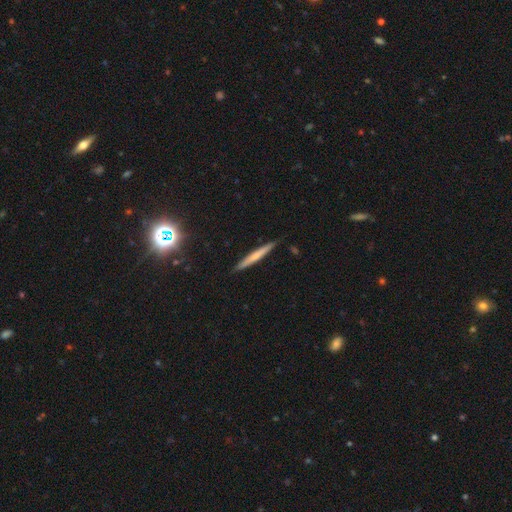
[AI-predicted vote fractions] smooth_or_featured: smooth (p=0.52) [alt: featured or disk p=0.41]
how_rounded: cigar-shaped (p=0.96) [alt: in between p=0.03]
merging: none (p=0.89) [alt: minor disturbance p=0.08]